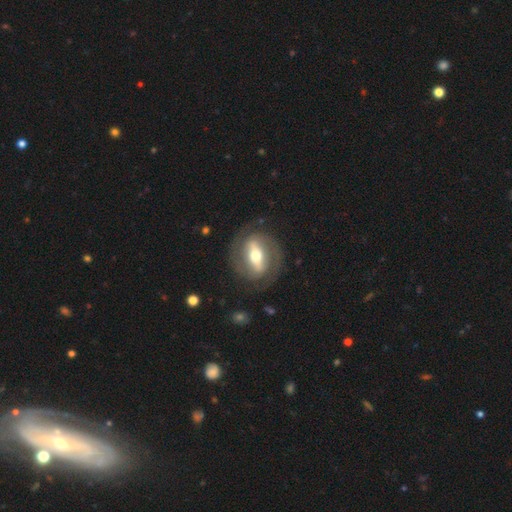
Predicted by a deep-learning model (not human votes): Smooth or featured: featured or disk — 80% (smooth — 16%)
Edge-on disk: no — 90% (yes — 10%)
Bar: strong — 69% (weak — 19%)
Spiral arms: yes — 77% (no — 23%)
Spiral winding: tight — 46% (medium — 41%)
Spiral arm count: 2 — 87% (can't tell — 7%)
Bulge size: moderate — 65% (small — 16%)
Merging: none — 80% (minor disturbance — 11%)